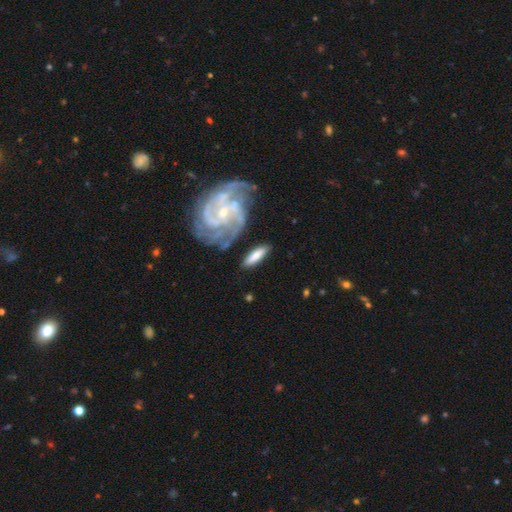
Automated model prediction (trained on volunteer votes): Smooth or featured: smooth — 61% (featured or disk — 33%)
How rounded: cigar-shaped — 51% (in between — 46%)
Merging: none — 78% (minor disturbance — 13%)